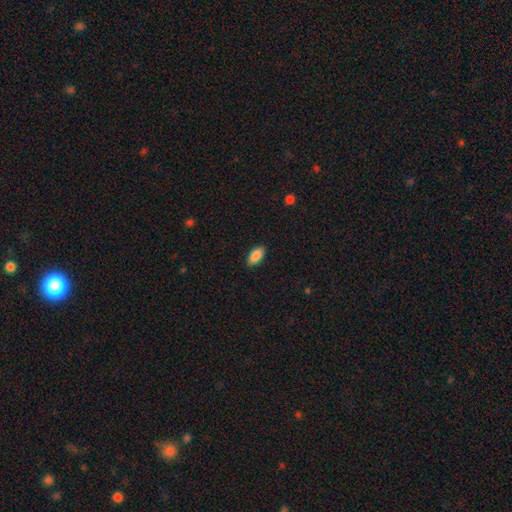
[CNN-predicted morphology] smooth 87%, star or artifact 7%, featured or disk 6%. Down the decision tree: how rounded — in between (91%); merging — none (88%).